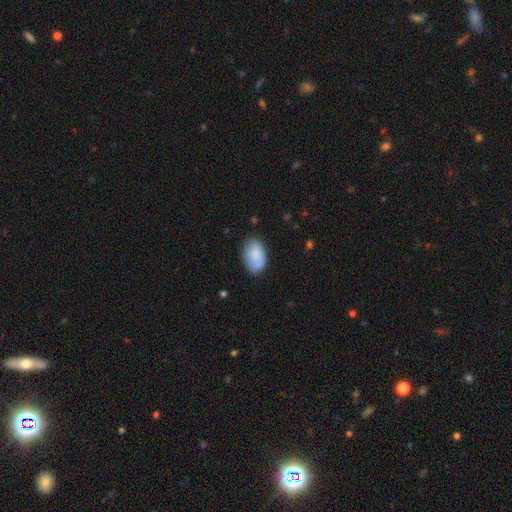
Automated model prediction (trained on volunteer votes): smooth 84%, featured or disk 9%, star or artifact 7%. Down the decision tree: how rounded — in between (91%); merging — none (71%).